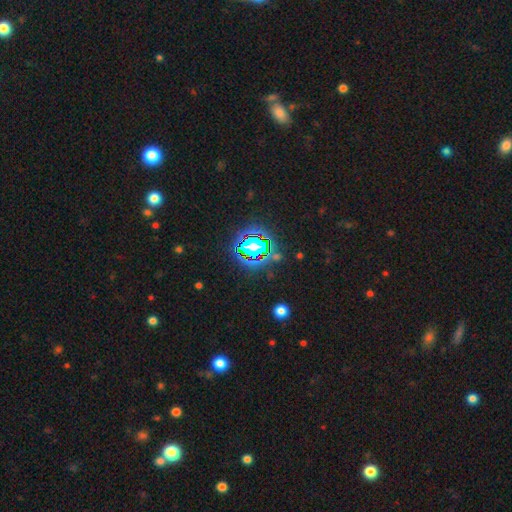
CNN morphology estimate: The model was most divided on "smooth or featured": star or artifact: 81%, smooth: 11%, featured or disk: 7%.